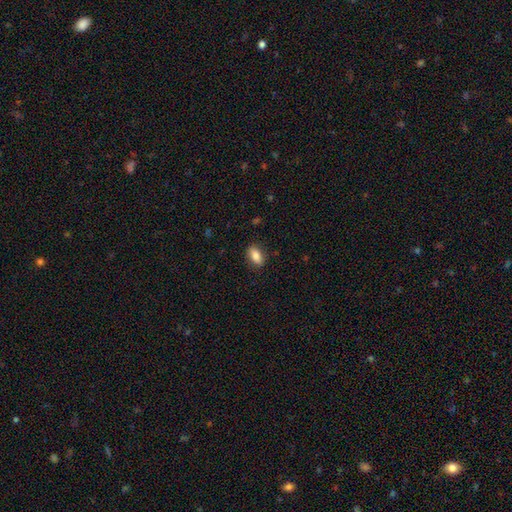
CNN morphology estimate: This appears to be a smooth galaxy with no disk features (84%) that is in between round and cigar-shaped (87%). Merging: none (86%).